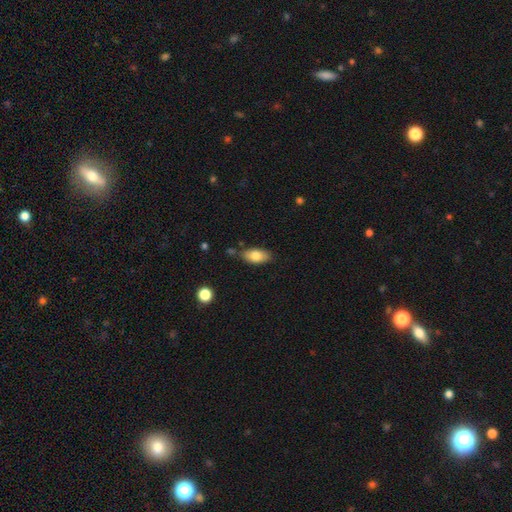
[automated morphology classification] This appears to be a smooth galaxy with no disk features (80%) that is in between round and cigar-shaped (91%). Merging: none (76%).